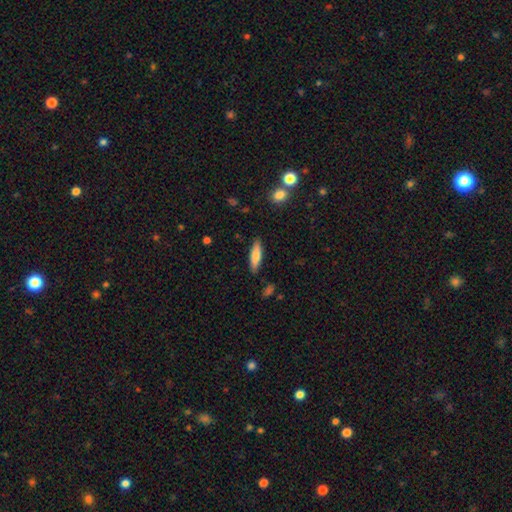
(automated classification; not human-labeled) Morphology: type=smooth (75%); roundness=cigar-shaped (66%); merging=none (87%).